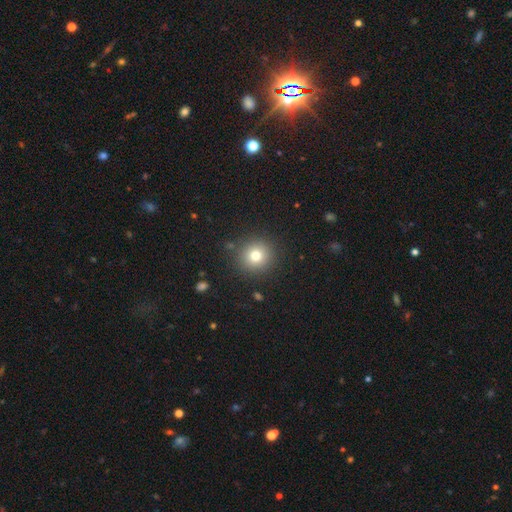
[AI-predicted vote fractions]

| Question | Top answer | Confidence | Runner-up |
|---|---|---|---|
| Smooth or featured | smooth | 77% | star or artifact (13%) |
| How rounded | round | 92% | in between (7%) |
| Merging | none | 89% | minor disturbance (7%) |